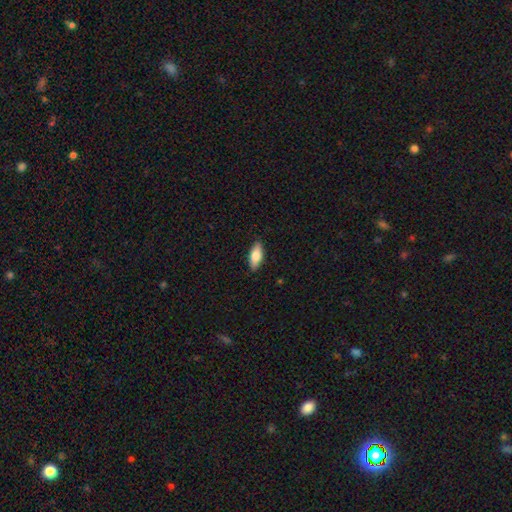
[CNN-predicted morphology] This is likely a smooth galaxy (78%). How rounded: likely in between (77%). Merging: clearly none (88%).